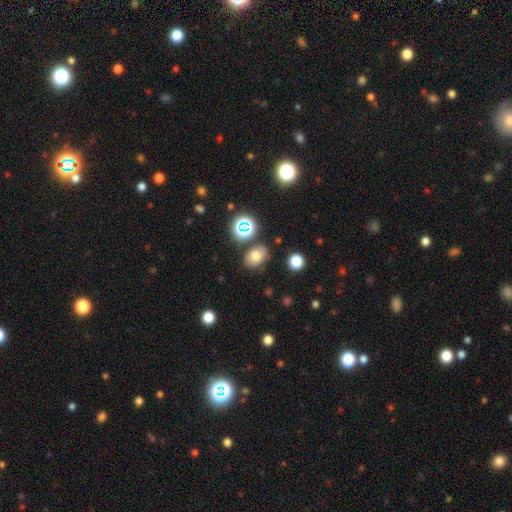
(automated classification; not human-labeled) smooth_or_featured: smooth (p=0.69) [alt: star or artifact p=0.18]
how_rounded: in between (p=0.71) [alt: round p=0.28]
merging: none (p=0.74) [alt: minor disturbance p=0.15]